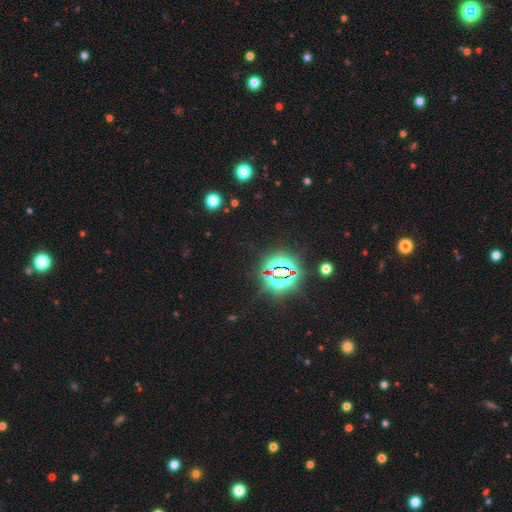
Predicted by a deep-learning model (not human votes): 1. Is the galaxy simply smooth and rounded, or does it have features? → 83% star or artifact, 11% smooth, 6% featured or disk.